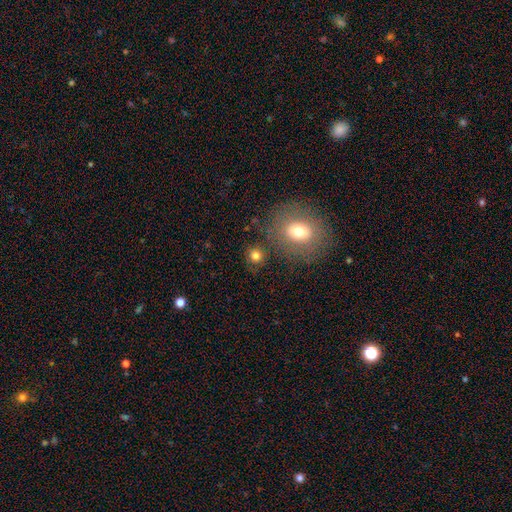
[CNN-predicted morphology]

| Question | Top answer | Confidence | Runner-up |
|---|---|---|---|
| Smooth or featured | smooth | 79% | star or artifact (13%) |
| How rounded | round | 87% | in between (12%) |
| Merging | none | 81% | minor disturbance (8%) |